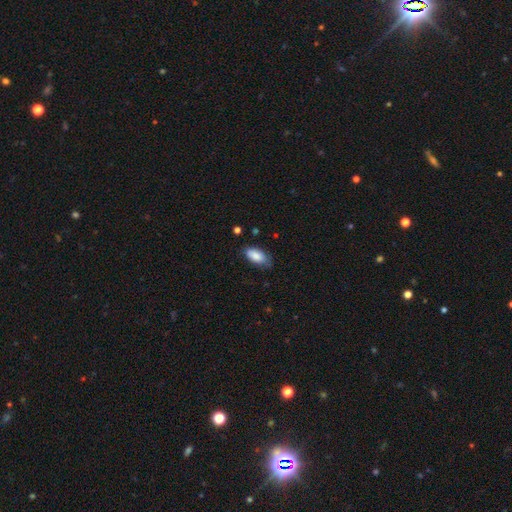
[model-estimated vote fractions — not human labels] Smooth or featured: smooth — 85% (featured or disk — 8%)
How rounded: in between — 91% (cigar-shaped — 7%)
Merging: none — 69% (minor disturbance — 25%)